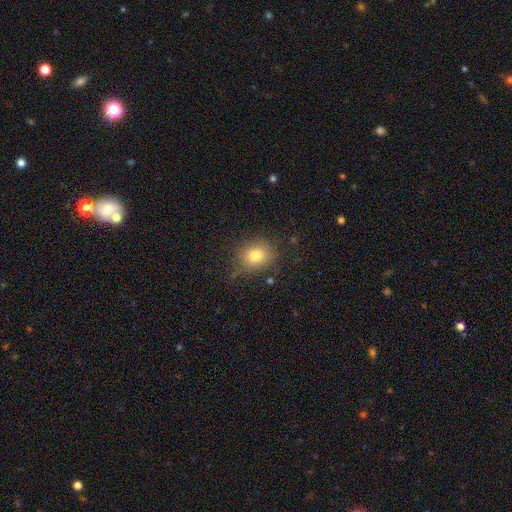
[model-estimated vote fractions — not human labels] Morphology: type=smooth (78%); roundness=round (62%); merging=none (78%).